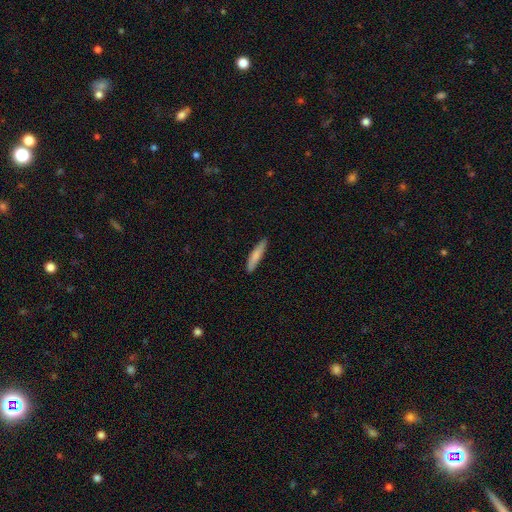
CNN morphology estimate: smooth 77%, featured or disk 18%, star or artifact 6%. Down the decision tree: how rounded — cigar-shaped (88%); merging — none (87%).